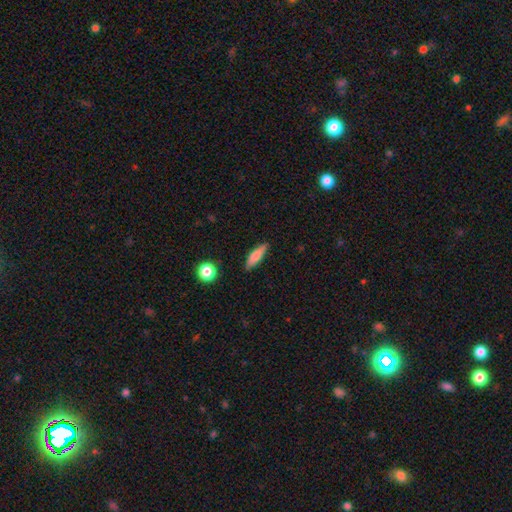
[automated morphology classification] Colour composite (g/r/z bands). It shows a smooth galaxy with no disk features (76%) that is cigar-shaped (62%). Merging: none (84%).